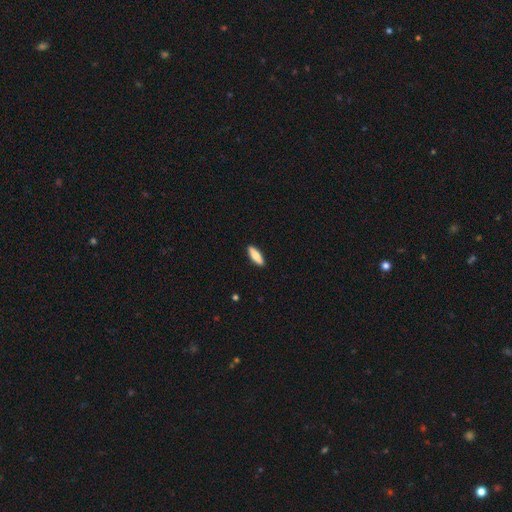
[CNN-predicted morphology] This appears to be a smooth galaxy with no disk features (74%) that is cigar-shaped (56%). Merging: none (91%).